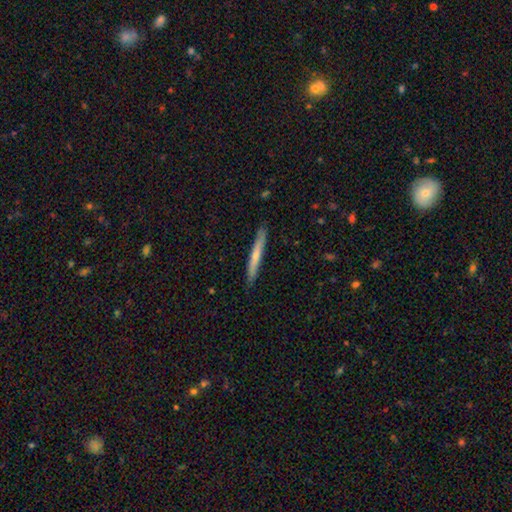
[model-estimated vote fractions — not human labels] Smooth or featured? Predicted: smooth (p=0.64). How rounded? Predicted: cigar-shaped (p=0.96). Merging? Predicted: none (p=0.89).